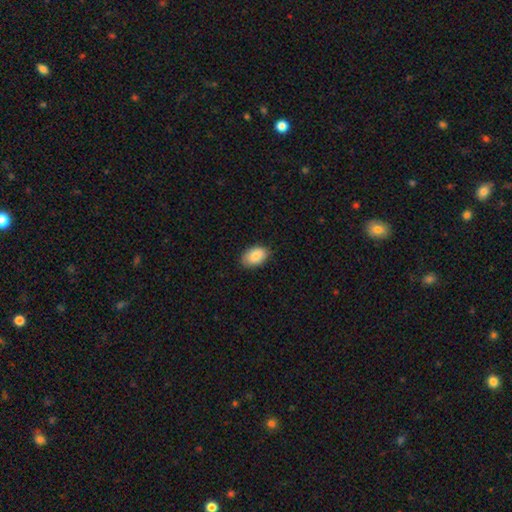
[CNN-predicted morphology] Smooth or featured? Predicted: smooth (p=0.86). How rounded? Predicted: in between (p=0.90). Merging? Predicted: none (p=0.83).